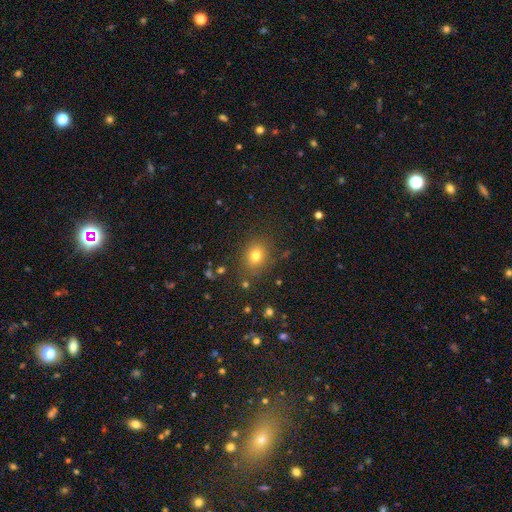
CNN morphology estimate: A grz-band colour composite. It shows a smooth galaxy with no disk features (77%) that is round (61%). Merging: none (83%).